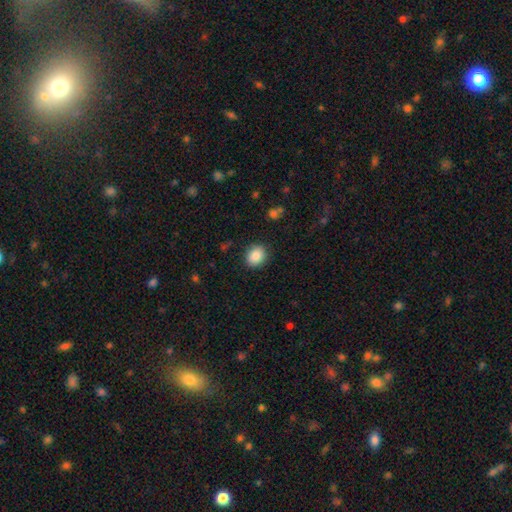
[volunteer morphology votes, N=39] Q: Smooth or featured?
A: smooth (92%); runner-up: star or artifact (5%)
Q: How rounded?
A: round (81%); runner-up: in between (19%)
Q: Merging?
A: none (81%); runner-up: minor disturbance (16%)